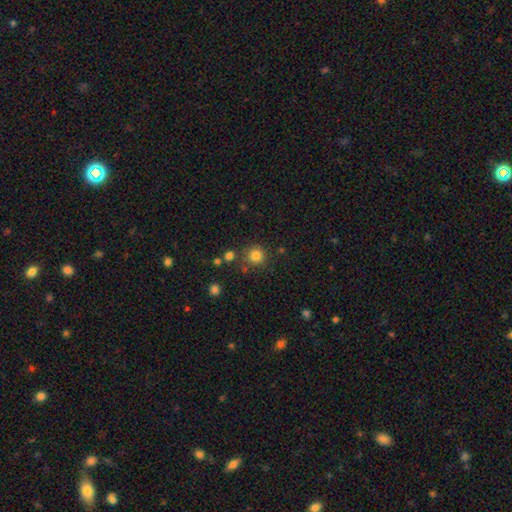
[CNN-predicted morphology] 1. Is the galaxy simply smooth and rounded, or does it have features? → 82% smooth, 13% star or artifact, 5% featured or disk.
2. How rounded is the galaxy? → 93% round, 6% in between, 1% cigar-shaped.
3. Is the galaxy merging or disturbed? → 81% none, 9% minor disturbance, 7% merger, 3% major disturbance.